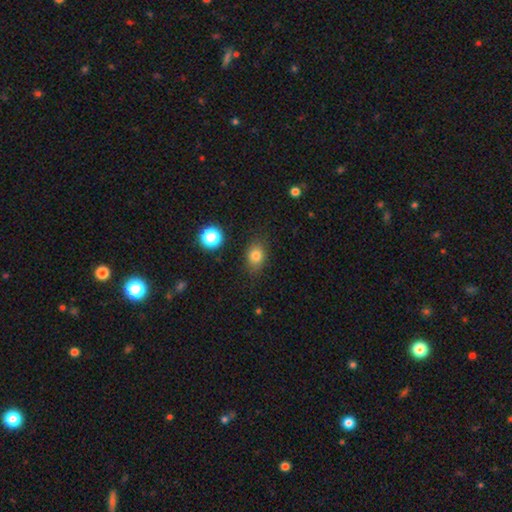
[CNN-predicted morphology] Smooth or featured? Predicted: smooth (p=0.81). How rounded? Predicted: in between (p=0.59). Merging? Predicted: none (p=0.82).